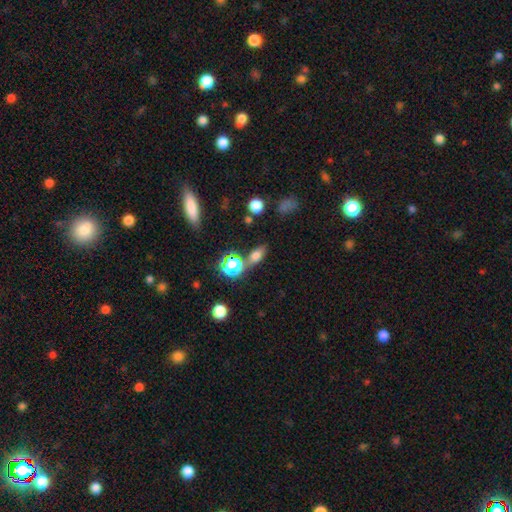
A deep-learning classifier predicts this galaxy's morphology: Smooth or featured: smooth — 66% (star or artifact — 20%)
How rounded: in between — 68% (round — 20%)
Merging: none — 67% (merger — 15%)